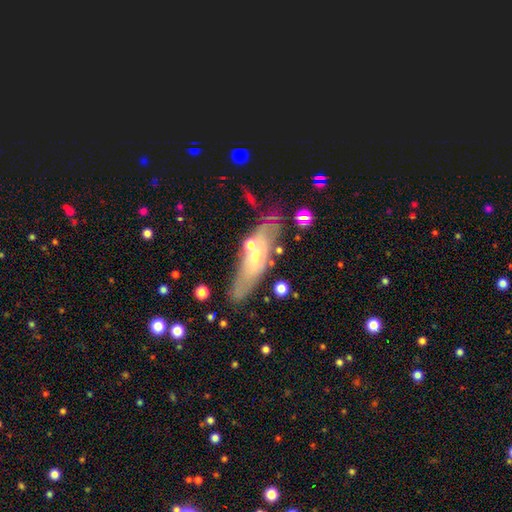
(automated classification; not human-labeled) This is possibly a featured or disk galaxy (51%). It is likely not viewed edge-on (60%). Merging: likely none (67%).